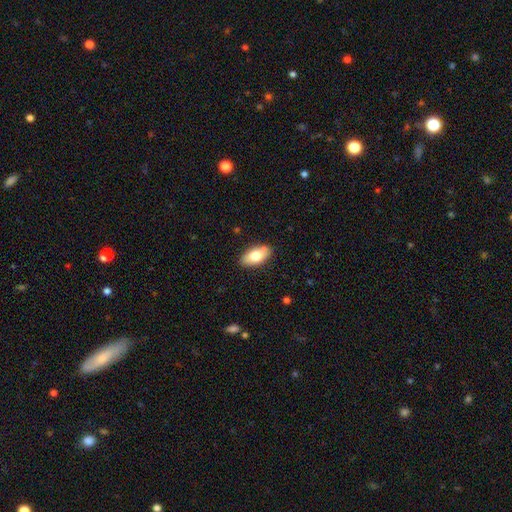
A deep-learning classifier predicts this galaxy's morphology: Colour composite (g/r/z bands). It shows a smooth galaxy with no disk features (73%) that is in between round and cigar-shaped (92%). Merging: none (84%).